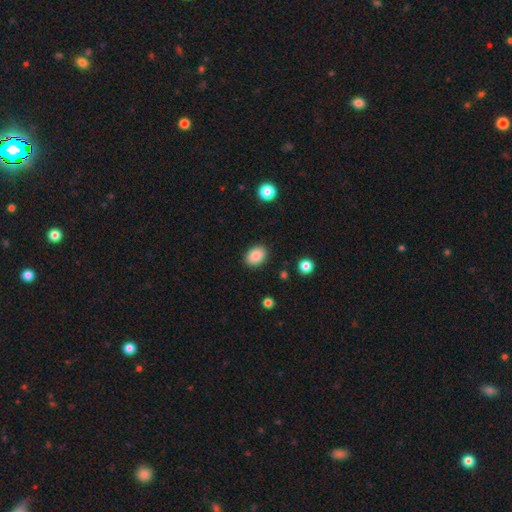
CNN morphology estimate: Q: Smooth or featured?
A: smooth (88%); runner-up: star or artifact (8%)
Q: How rounded?
A: in between (70%); runner-up: round (29%)
Q: Merging?
A: none (88%); runner-up: minor disturbance (8%)